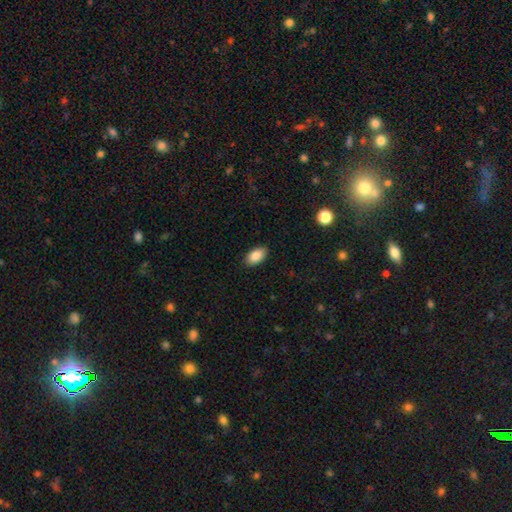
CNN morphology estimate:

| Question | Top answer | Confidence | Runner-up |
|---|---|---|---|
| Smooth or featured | smooth | 88% | star or artifact (7%) |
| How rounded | in between | 94% | round (4%) |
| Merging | none | 87% | minor disturbance (10%) |